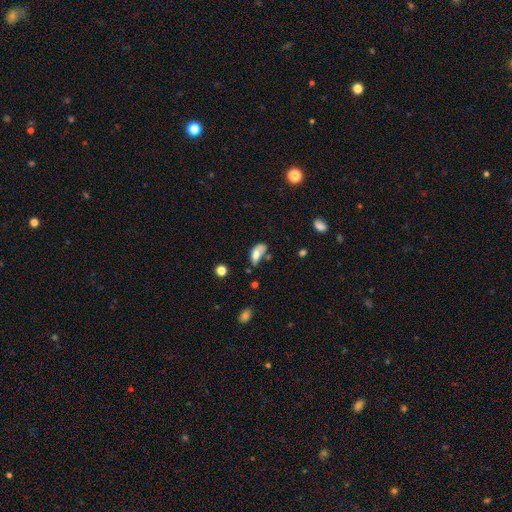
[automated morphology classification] Q: Smooth or featured?
A: smooth (70%); runner-up: featured or disk (20%)
Q: How rounded?
A: in between (88%); runner-up: cigar-shaped (6%)
Q: Merging?
A: minor disturbance (27%); runner-up: none (26%)